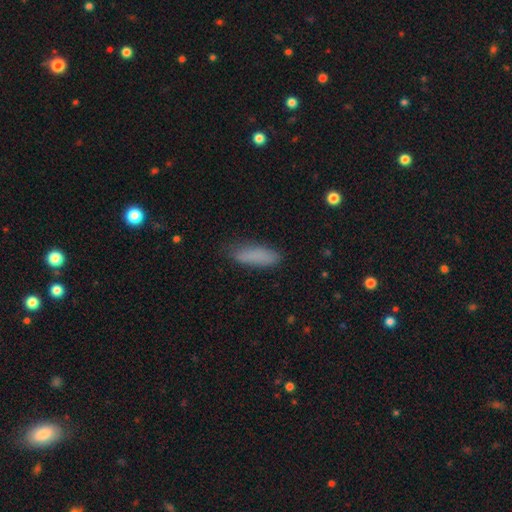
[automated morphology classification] A smooth galaxy with no disk features (85%) that is cigar-shaped (52%). Merging: none (78%).